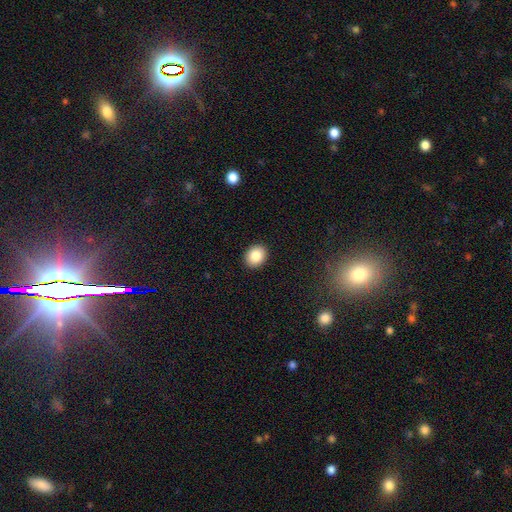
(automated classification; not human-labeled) Overall: smooth (86%). How rounded: round (59%; in between 40%). Merging: none (92%).